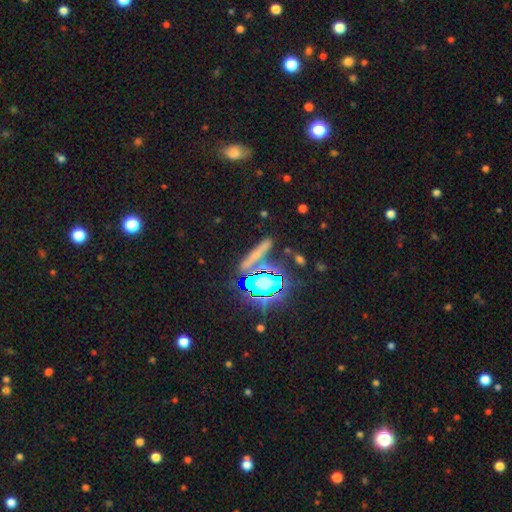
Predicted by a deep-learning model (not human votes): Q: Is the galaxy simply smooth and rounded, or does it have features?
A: smooth — 42%.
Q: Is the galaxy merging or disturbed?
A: none — 71%.